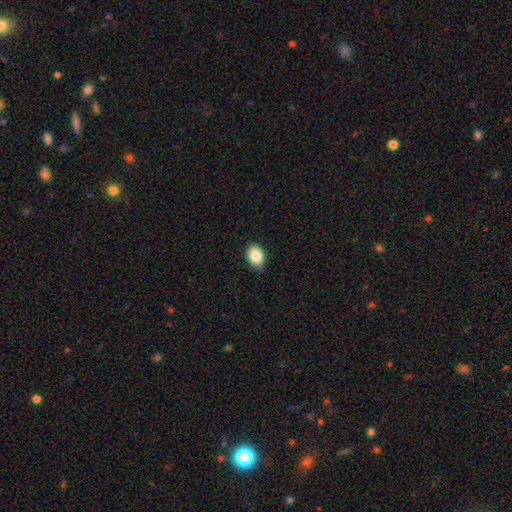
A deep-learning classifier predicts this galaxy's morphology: smooth-or-featured: smooth: 85% | star or artifact: 8% | featured or disk: 7%
  how-rounded: in between: 74% | round: 25% | cigar-shaped: 1%
  merging: none: 84% | minor disturbance: 14% | major disturbance: 2% | merger: 1%